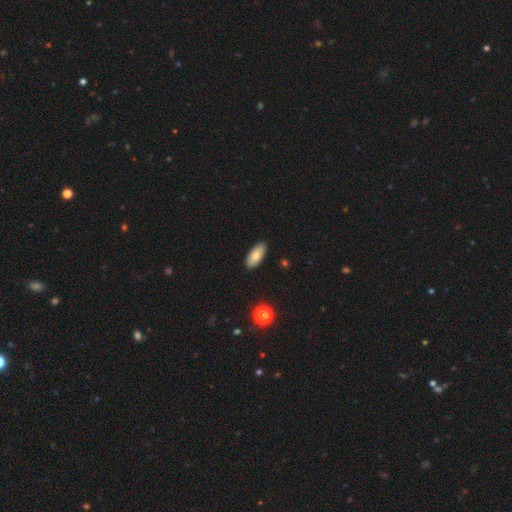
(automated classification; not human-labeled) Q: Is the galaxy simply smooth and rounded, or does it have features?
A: smooth — 78%.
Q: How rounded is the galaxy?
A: in between — 87%.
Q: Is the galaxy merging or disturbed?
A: none — 89%.